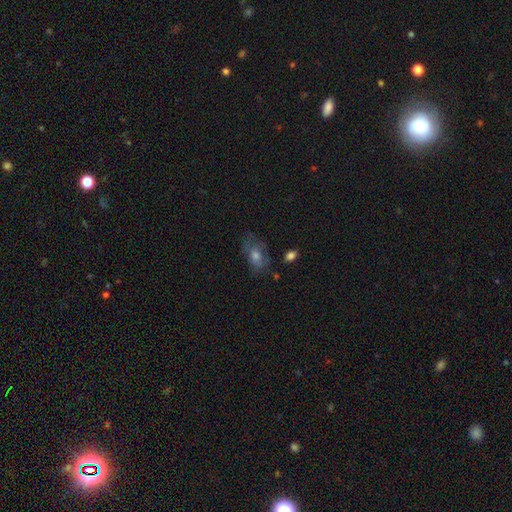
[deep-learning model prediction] This appears to be a smooth galaxy with no disk features (55%) that is in between round and cigar-shaped (80%). Merging: none (59%).